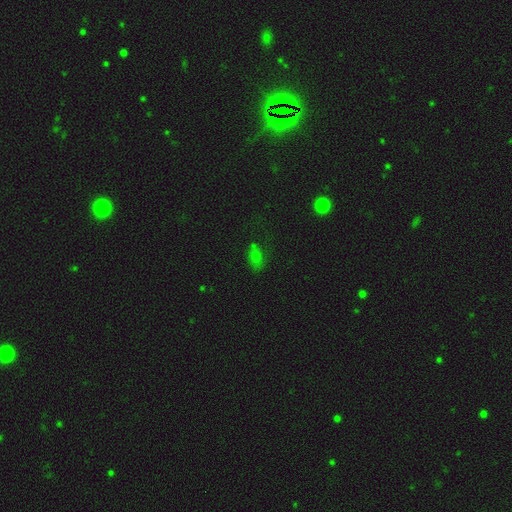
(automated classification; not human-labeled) Overall: smooth (63%; star or artifact 25%). How rounded: in between (79%). Merging: none (62%).